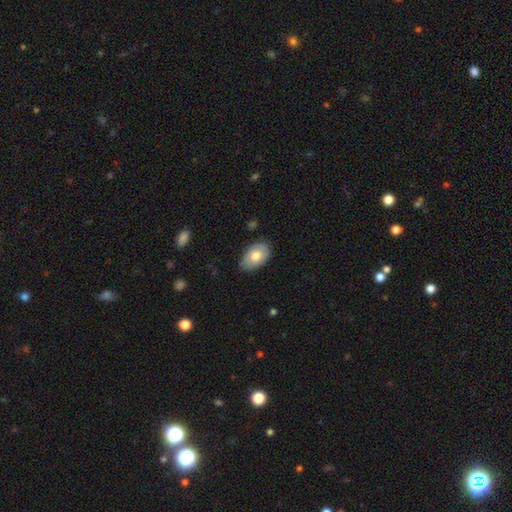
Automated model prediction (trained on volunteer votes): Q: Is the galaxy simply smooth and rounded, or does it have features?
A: smooth — 74%.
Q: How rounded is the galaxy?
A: in between — 91%.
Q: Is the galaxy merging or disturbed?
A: none — 76%.